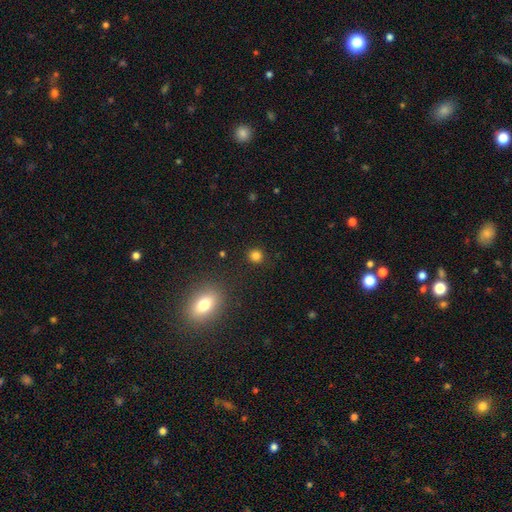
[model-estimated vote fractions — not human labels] Smooth or featured: smooth — 82% (star or artifact — 14%)
How rounded: round — 90% (in between — 9%)
Merging: none — 89% (minor disturbance — 6%)